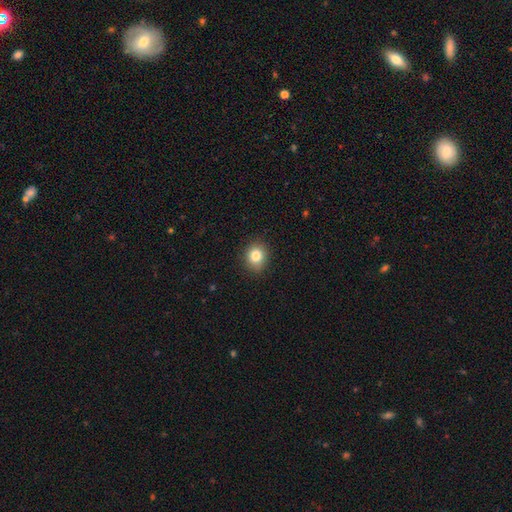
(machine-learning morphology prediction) The model was most divided on "how rounded": round: 71%, in between: 29%, cigar-shaped: 1%. More confident: merging — none (88%); smooth or featured — smooth (83%).